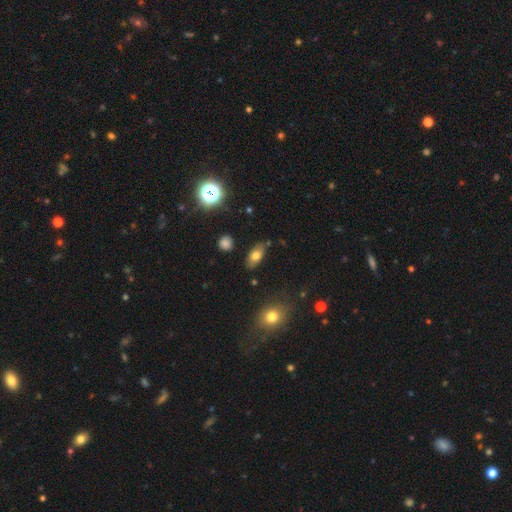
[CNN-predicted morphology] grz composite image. It shows a smooth galaxy with no disk features (71%) that is in between round and cigar-shaped (85%). Merging: none (76%).